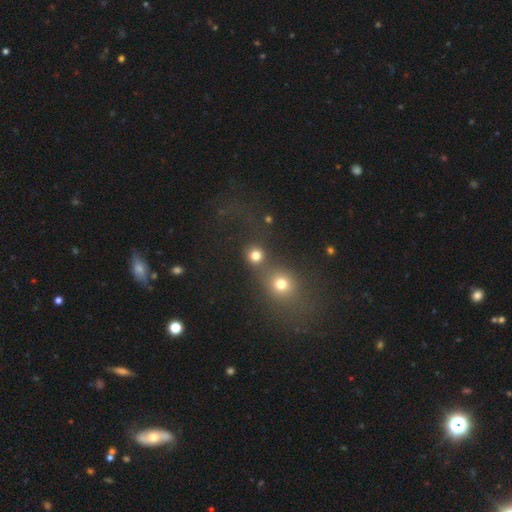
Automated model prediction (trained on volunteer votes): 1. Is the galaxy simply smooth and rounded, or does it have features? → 78% smooth, 16% star or artifact, 7% featured or disk.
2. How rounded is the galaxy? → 89% round, 10% in between, 1% cigar-shaped.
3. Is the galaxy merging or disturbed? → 51% none, 36% merger, 7% minor disturbance, 6% major disturbance.